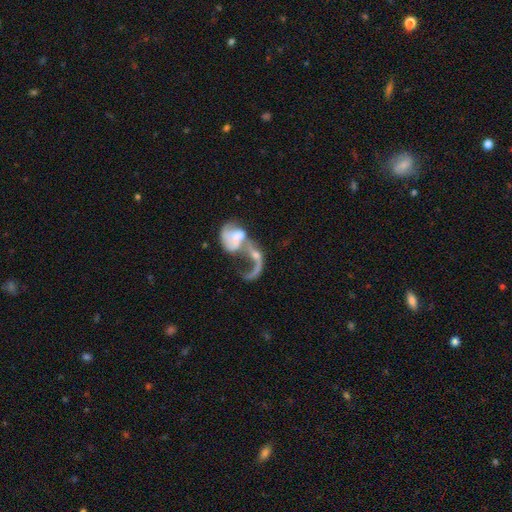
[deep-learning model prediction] smooth_or_featured: featured or disk (p=0.71) [alt: smooth p=0.20]
disk_edge_on: no (p=0.95) [alt: yes p=0.05]
bar: no (p=0.63) [alt: weak p=0.28]
has_spiral_arms: yes (p=0.69) [alt: no p=0.31]
bulge_size: moderate (p=0.35) [alt: small p=0.31]
merging: merger (p=0.61) [alt: major disturbance p=0.22]